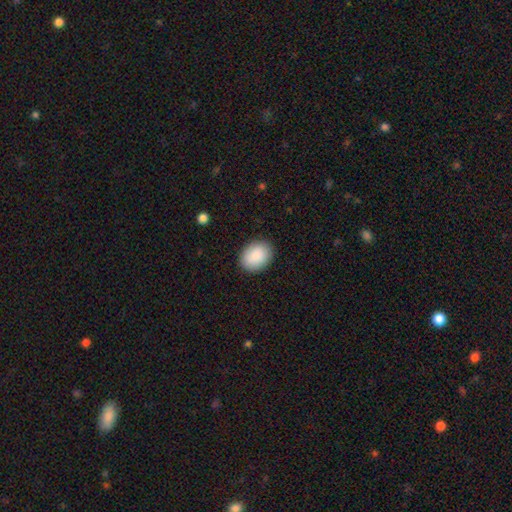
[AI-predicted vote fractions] smooth_or_featured: smooth (p=0.89) [alt: star or artifact p=0.06]
how_rounded: in between (p=0.67) [alt: round p=0.32]
merging: none (p=0.88) [alt: minor disturbance p=0.08]